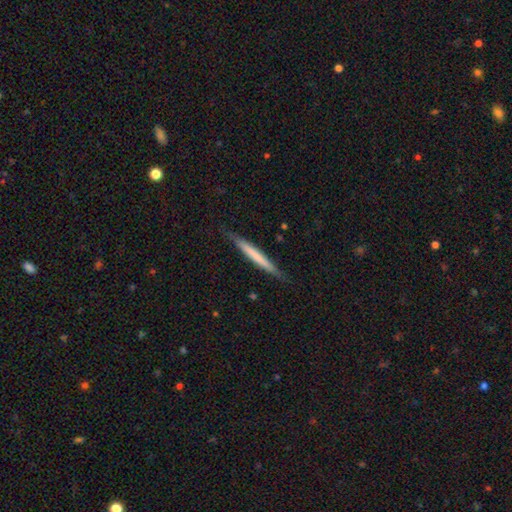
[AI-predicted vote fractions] Q: Smooth or featured?
A: smooth (55%); runner-up: featured or disk (40%)
Q: How rounded?
A: cigar-shaped (97%); runner-up: in between (2%)
Q: Merging?
A: none (86%); runner-up: minor disturbance (11%)